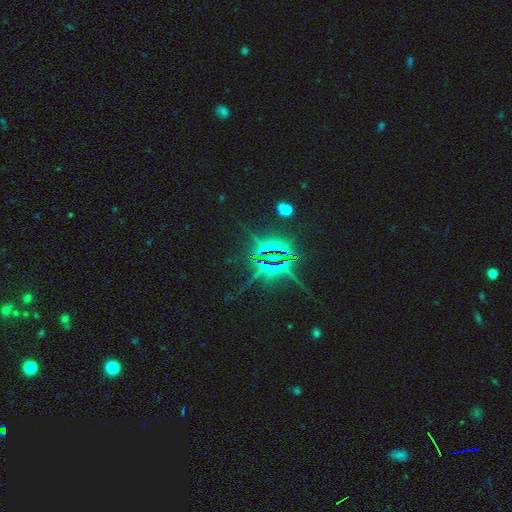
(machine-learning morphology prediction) The model was most divided on "smooth or featured": star or artifact: 76%, smooth: 13%, featured or disk: 10%.